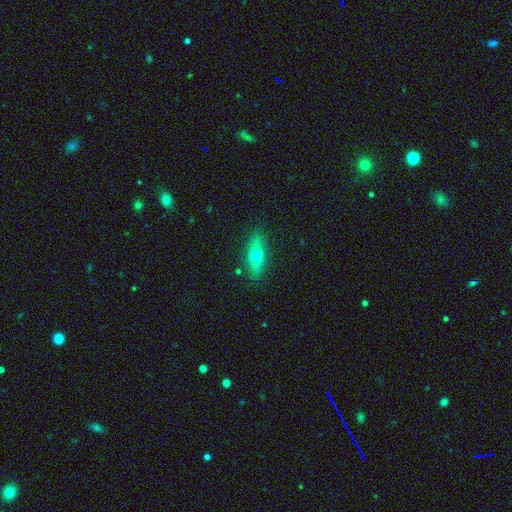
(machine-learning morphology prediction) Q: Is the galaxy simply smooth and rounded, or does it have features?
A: smooth — 62%.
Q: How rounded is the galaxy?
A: in between — 54%.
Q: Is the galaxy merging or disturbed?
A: none — 85%.